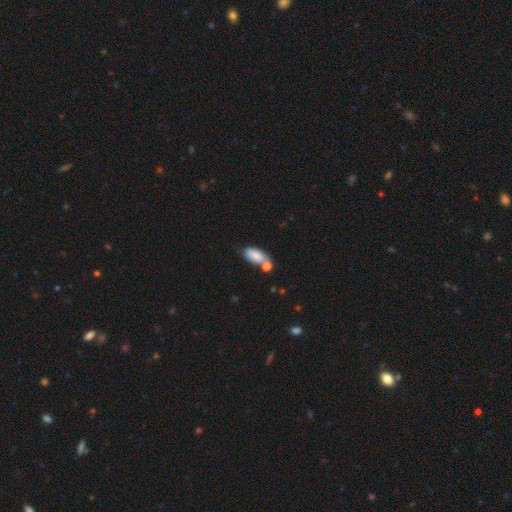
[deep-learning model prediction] Smooth or featured? Predicted: smooth (p=0.79). How rounded? Predicted: in between (p=0.90). Merging? Predicted: none (p=0.46).